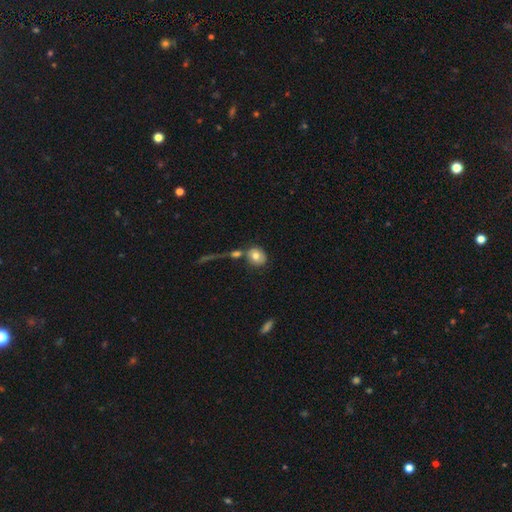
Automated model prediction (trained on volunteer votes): Smooth or featured?
  - smooth: 75% *
  - featured or disk: 16%
  - star or artifact: 9%
How rounded?
  - round: 58% *
  - in between: 41%
  - cigar-shaped: 2%
Merging?
  - none: 57% *
  - merger: 25%
  - minor disturbance: 12%
  - major disturbance: 6%